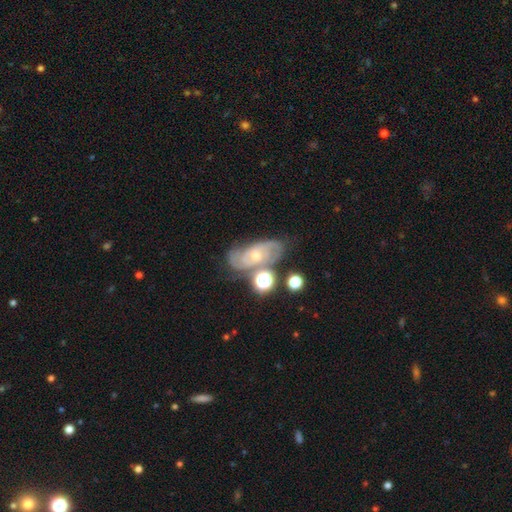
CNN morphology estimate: Smooth or featured?
  - featured or disk: 76% *
  - smooth: 14%
  - star or artifact: 10%
Edge-on disk?
  - no: 95% *
  - yes: 5%
Bar?
  - no: 66% *
  - weak: 28%
  - strong: 6%
Spiral arms?
  - yes: 92% *
  - no: 8%
Spiral winding?
  - tight: 50% *
  - medium: 39%
  - loose: 11%
Spiral arm count?
  - 2: 47% *
  - can't tell: 26%
  - 3: 16%
  - 4: 4%
  - 1: 4%
  - more than 4: 3%
Bulge size?
  - small: 50% *
  - moderate: 45%
  - large: 2%
  - none: 2%
  - dominant: 1%
Merging?
  - none: 55% *
  - minor disturbance: 20%
  - merger: 14%
  - major disturbance: 10%